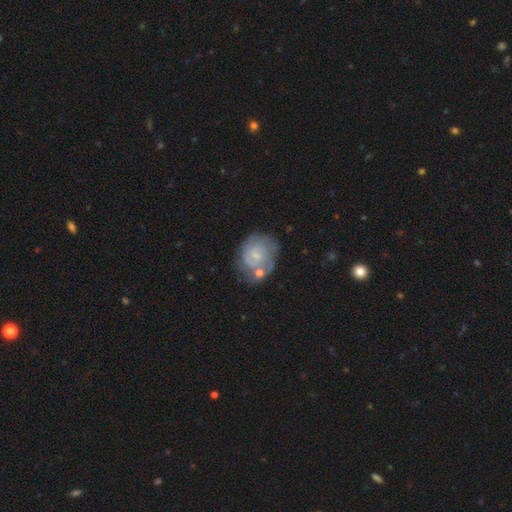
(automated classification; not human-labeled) Smooth or featured: featured or disk — 77% (smooth — 16%)
Edge-on disk: no — 98% (yes — 2%)
Bar: no — 54% (weak — 40%)
Spiral arms: yes — 91% (no — 9%)
Spiral winding: tight — 60% (medium — 31%)
Spiral arm count: 2 — 43% (can't tell — 28%)
Bulge size: small — 68% (moderate — 19%)
Merging: none — 58% (minor disturbance — 20%)